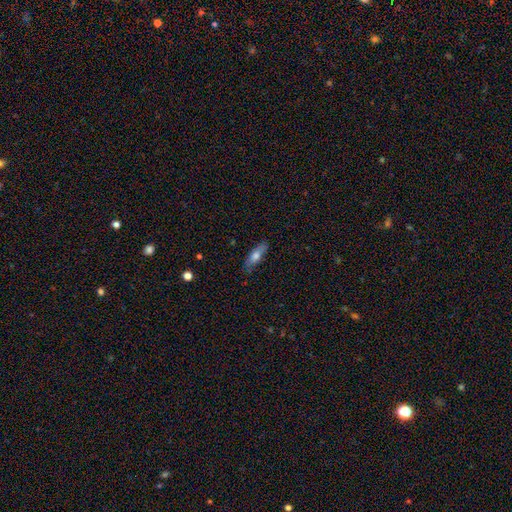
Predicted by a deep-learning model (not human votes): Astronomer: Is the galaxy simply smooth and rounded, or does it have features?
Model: smooth — 67%.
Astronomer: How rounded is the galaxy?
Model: cigar-shaped — 53% (runner-up: in between, 45%).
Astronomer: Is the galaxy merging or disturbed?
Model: none — 80%.